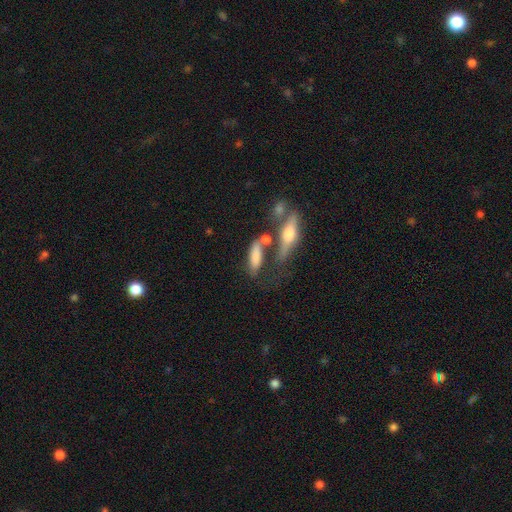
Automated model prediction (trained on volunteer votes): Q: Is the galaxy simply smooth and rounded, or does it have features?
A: smooth — 70%.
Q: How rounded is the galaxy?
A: in between — 54%.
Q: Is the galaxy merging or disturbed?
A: none — 43%.